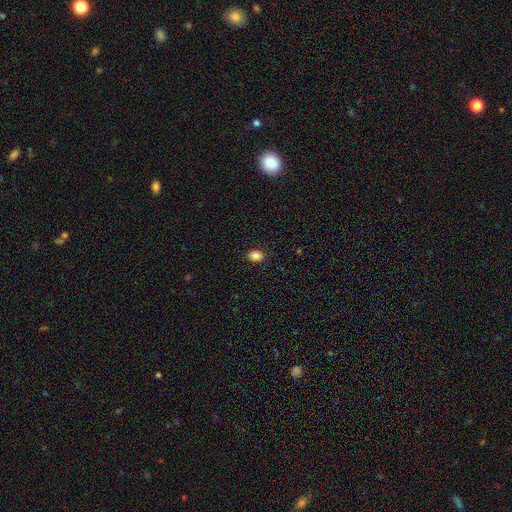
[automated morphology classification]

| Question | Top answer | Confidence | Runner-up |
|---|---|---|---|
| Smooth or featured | smooth | 85% | star or artifact (10%) |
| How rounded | in between | 71% | round (28%) |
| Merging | none | 88% | minor disturbance (9%) |